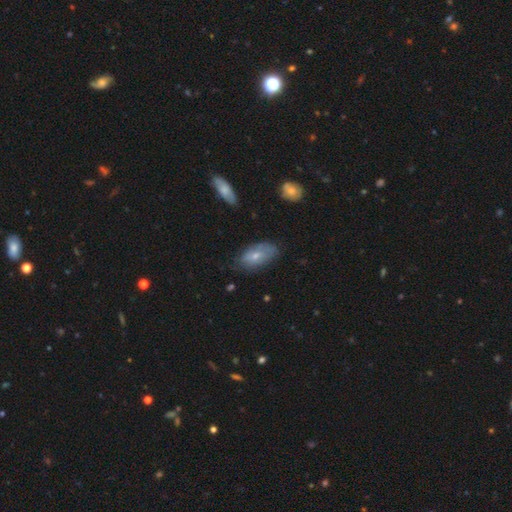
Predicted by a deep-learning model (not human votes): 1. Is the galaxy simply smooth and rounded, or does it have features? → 61% smooth, 32% featured or disk, 7% star or artifact.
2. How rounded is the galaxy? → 92% in between, 4% cigar-shaped, 4% round.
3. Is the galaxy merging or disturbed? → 62% none, 29% minor disturbance, 8% major disturbance, 2% merger.